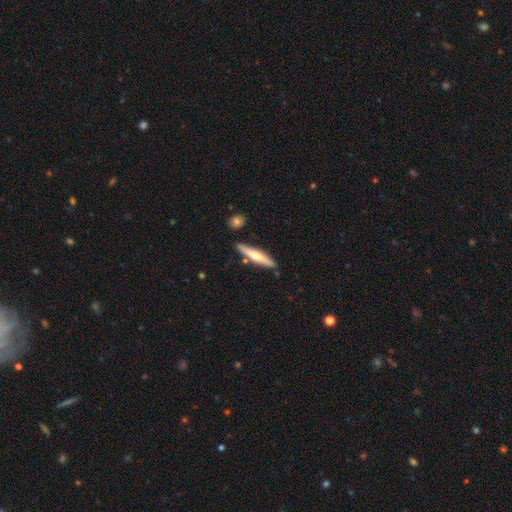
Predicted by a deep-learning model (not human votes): This is possibly a smooth galaxy (53%). How rounded: clearly cigar-shaped (89%). Merging: clearly none (84%).